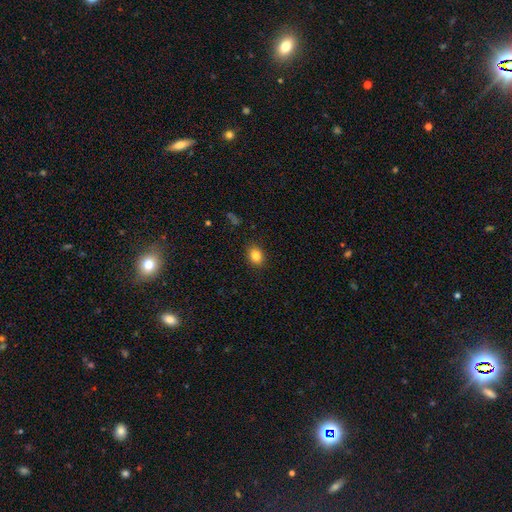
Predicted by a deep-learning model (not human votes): smooth 84%, star or artifact 10%, featured or disk 6%. Down the decision tree: how rounded — round (51%); merging — none (89%).